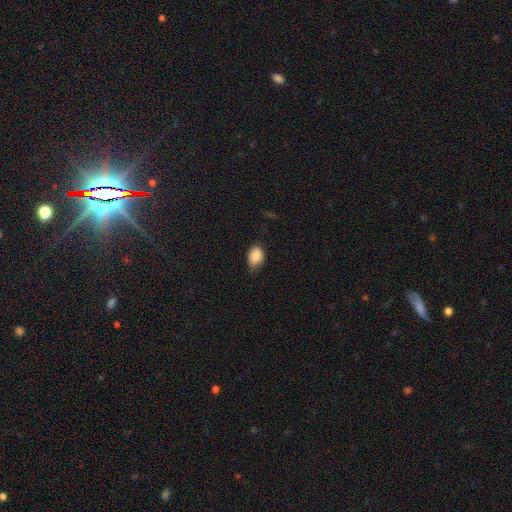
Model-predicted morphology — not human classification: Smooth or featured? Predicted: smooth (p=0.88). How rounded? Predicted: in between (p=0.76). Merging? Predicted: none (p=0.59).